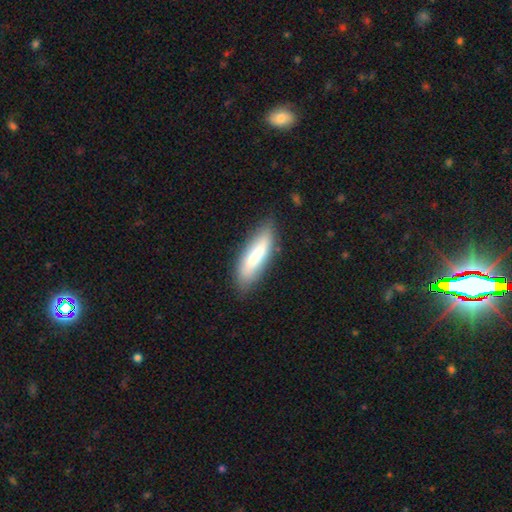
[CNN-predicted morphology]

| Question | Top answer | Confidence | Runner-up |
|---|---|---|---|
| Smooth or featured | smooth | 67% | featured or disk (26%) |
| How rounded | cigar-shaped | 61% | in between (37%) |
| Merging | none | 78% | minor disturbance (16%) |